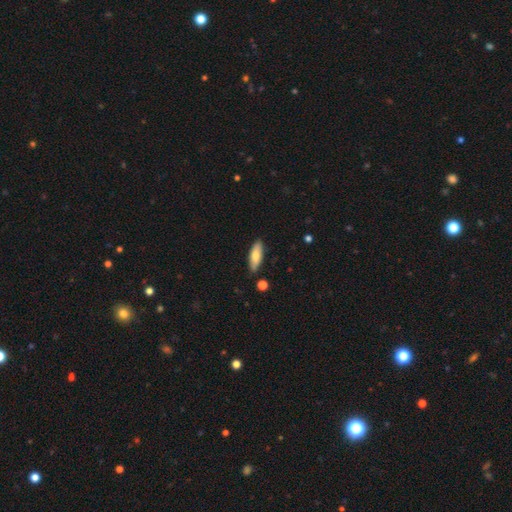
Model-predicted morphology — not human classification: Overall: smooth (75%). How rounded: in between (58%; cigar-shaped 40%). Merging: none (85%).